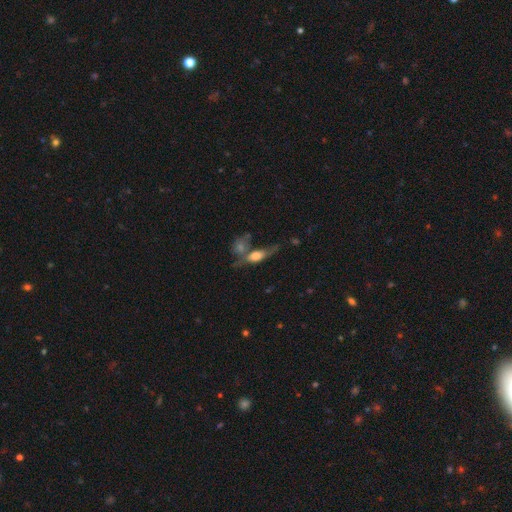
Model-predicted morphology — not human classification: Smooth or featured? Predicted: smooth (p=0.50). Merging? Predicted: merger (p=0.43).